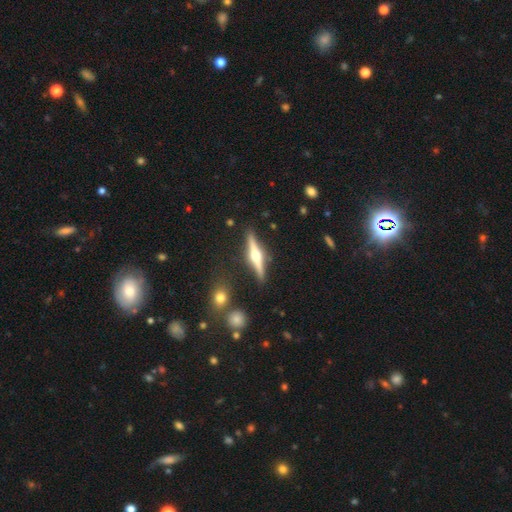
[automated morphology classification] Overall: featured or disk (77%). Edge-on disk: yes (98%). Edge-on bulge: rounded (94%). Merging: none (88%).